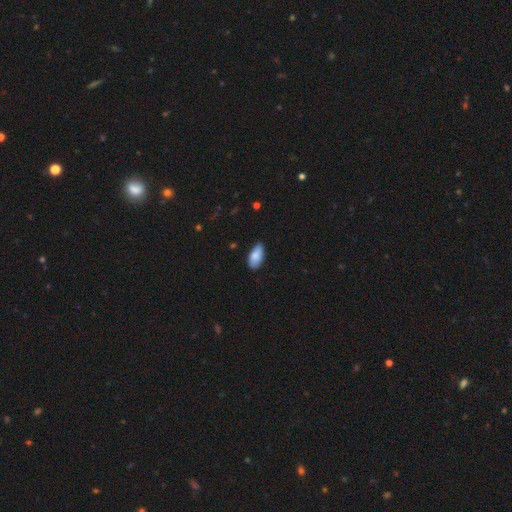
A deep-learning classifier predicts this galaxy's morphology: smooth 86%, featured or disk 8%, star or artifact 6%. Down the decision tree: how rounded — in between (92%); merging — none (81%).